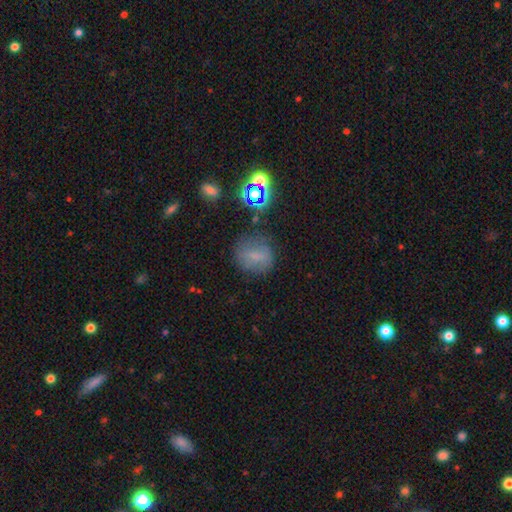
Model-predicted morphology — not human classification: A smooth galaxy with no disk features (59%) that is round (78%). Merging: none (71%).